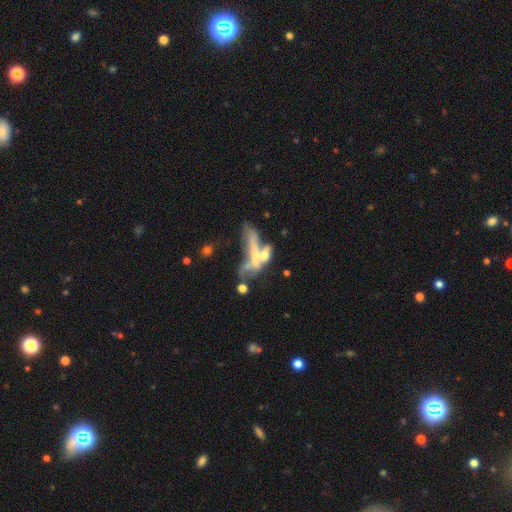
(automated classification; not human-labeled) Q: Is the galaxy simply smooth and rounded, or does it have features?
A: featured or disk — 55%.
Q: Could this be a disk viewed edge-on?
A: no — 68%.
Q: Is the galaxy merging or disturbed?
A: merger — 53%.